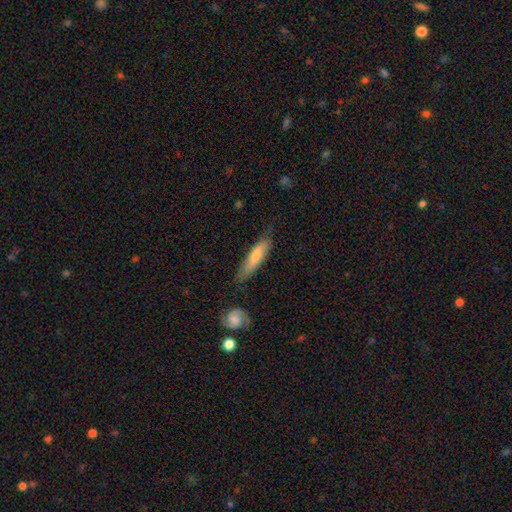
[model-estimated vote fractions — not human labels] Smooth or featured? smooth (63%)
How rounded? cigar-shaped (77%)
Merging? none (69%)